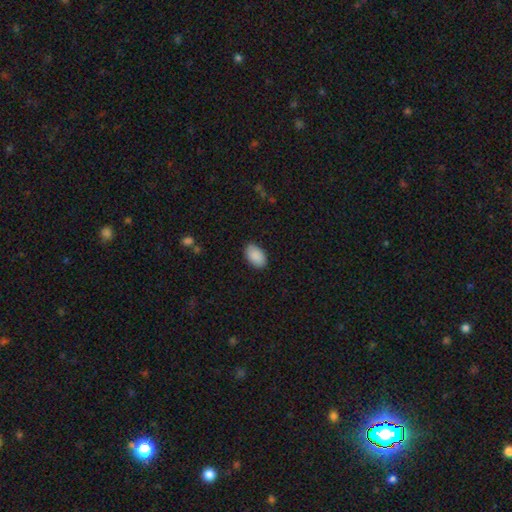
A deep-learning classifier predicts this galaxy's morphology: smooth_or_featured: smooth (p=0.90) [alt: star or artifact p=0.06]
how_rounded: in between (p=0.93) [alt: round p=0.06]
merging: none (p=0.87) [alt: minor disturbance p=0.10]